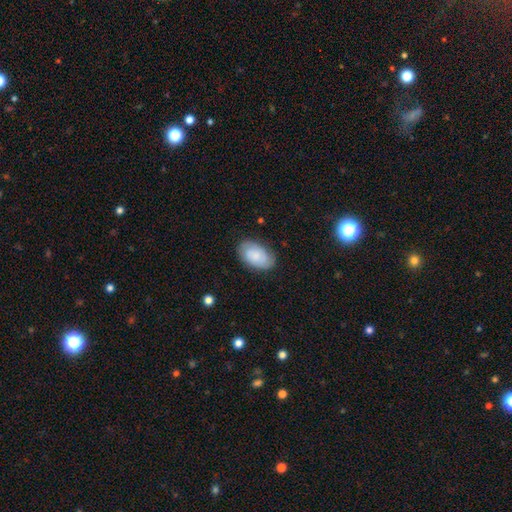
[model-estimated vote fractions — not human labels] A smooth galaxy with no disk features (66%) that is in between round and cigar-shaped (93%).

Vote fractions:
- Smooth or featured? smooth: 66% / featured or disk: 27% / star or artifact: 7%
- How rounded? in between: 93% / round: 5% / cigar-shaped: 1%
- Merging? none: 81% / minor disturbance: 15% / major disturbance: 3% / merger: 1%